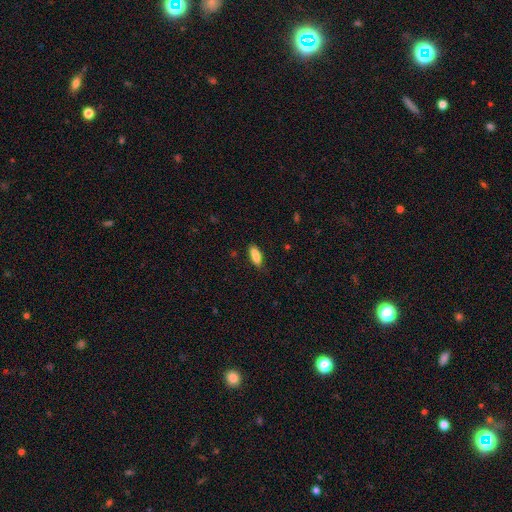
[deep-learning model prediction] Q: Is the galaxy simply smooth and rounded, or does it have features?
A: smooth — 86%.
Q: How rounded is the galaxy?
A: in between — 70%.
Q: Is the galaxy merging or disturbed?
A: none — 82%.